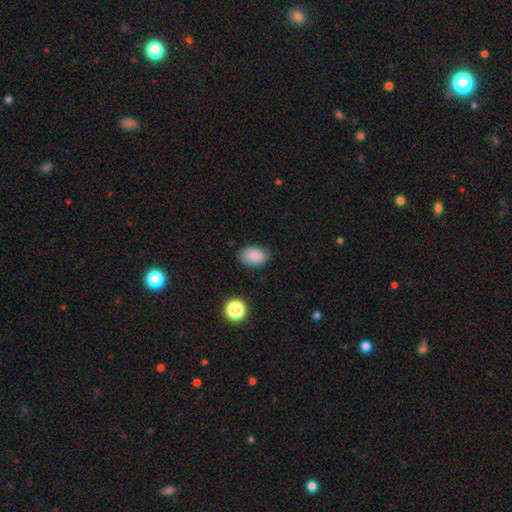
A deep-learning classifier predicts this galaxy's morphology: Smooth or featured: smooth — 87% (star or artifact — 9%)
How rounded: in between — 88% (round — 11%)
Merging: none — 83% (minor disturbance — 13%)